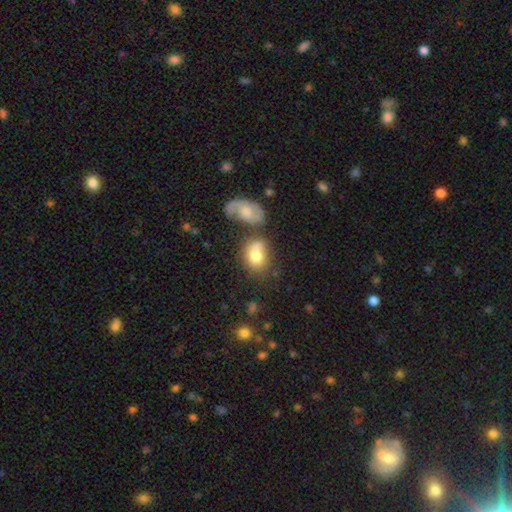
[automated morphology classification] smooth-or-featured: smooth: 70% | featured or disk: 21% | star or artifact: 8%
  how-rounded: in between: 62% | round: 36% | cigar-shaped: 1%
  merging: none: 39% | merger: 33% | minor disturbance: 18% | major disturbance: 10%